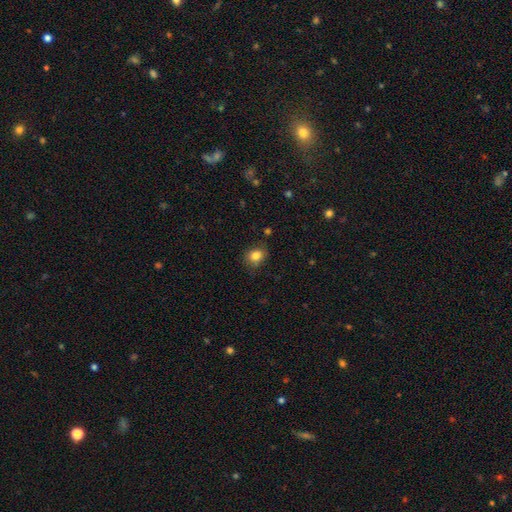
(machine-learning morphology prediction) A smooth galaxy with no disk features (83%) that is round (55%).

Vote fractions:
- Smooth or featured? smooth: 83% / star or artifact: 10% / featured or disk: 6%
- How rounded? round: 55% / in between: 44% / cigar-shaped: 1%
- Merging? none: 77% / minor disturbance: 17% / major disturbance: 4% / merger: 2%